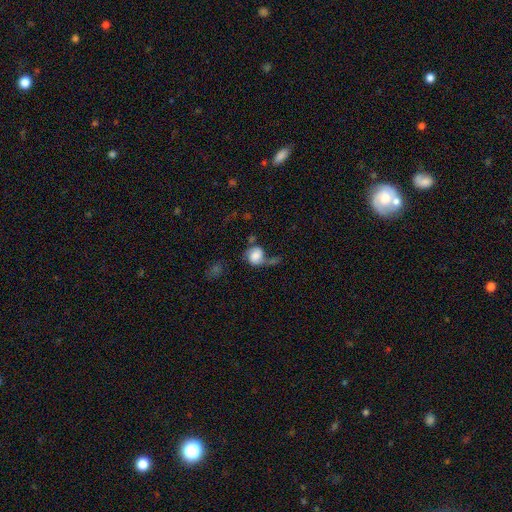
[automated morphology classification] Smooth or featured: smooth — 57% (featured or disk — 34%)
How rounded: round — 65% (in between — 34%)
Merging: major disturbance — 31% (none — 29%)